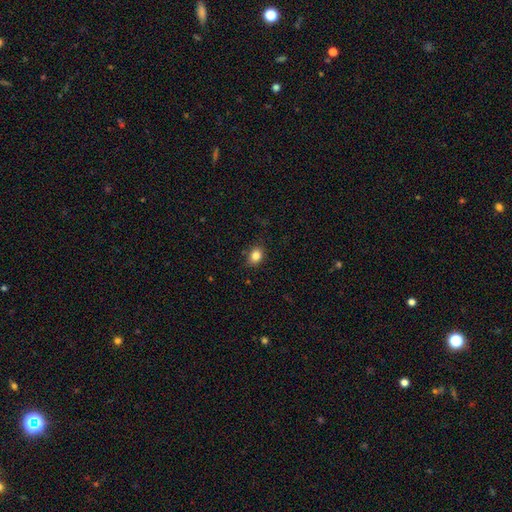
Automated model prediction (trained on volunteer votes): This appears to be a smooth galaxy with no disk features (84%) that is in between round and cigar-shaped (58%). Merging: none (83%).